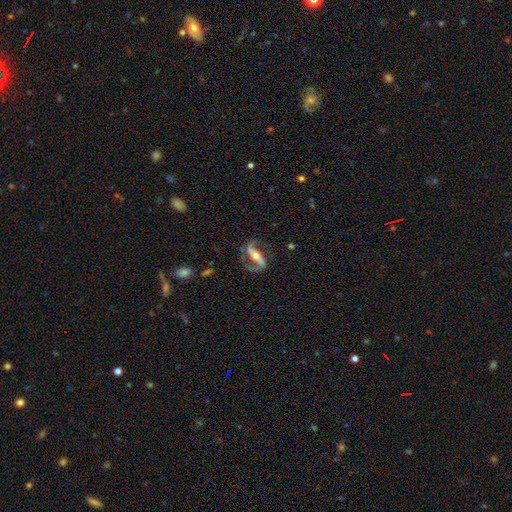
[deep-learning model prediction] Smooth or featured? Predicted: featured or disk (p=0.88). Edge-on disk? Predicted: no (p=0.93). Bar? Predicted: strong (p=0.63). Spiral arms? Predicted: yes (p=0.95). Spiral winding? Predicted: medium (p=0.45). Spiral arm count? Predicted: 2 (p=0.91). Bulge size? Predicted: moderate (p=0.53). Merging? Predicted: none (p=0.75).